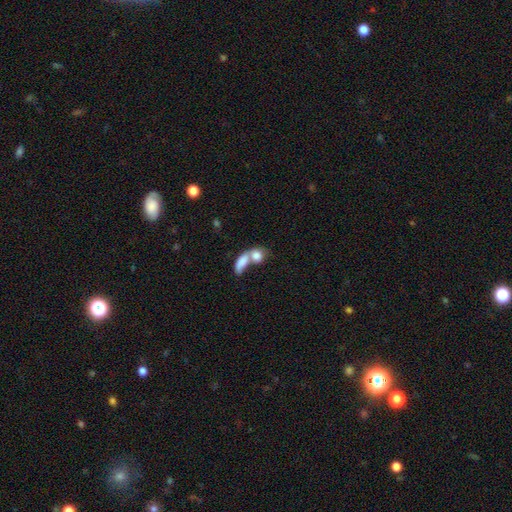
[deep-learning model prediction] Smooth or featured: smooth — 79% (featured or disk — 13%)
How rounded: in between — 66% (round — 28%)
Merging: merger — 67% (none — 19%)